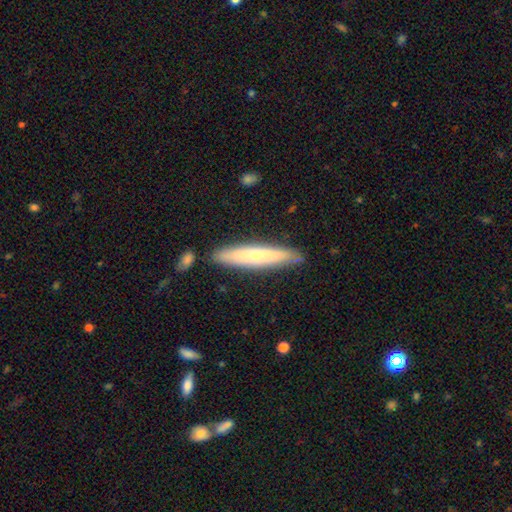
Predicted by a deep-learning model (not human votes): This appears to be a smooth galaxy with no disk features (54%) that is cigar-shaped (89%). Merging: none (85%).